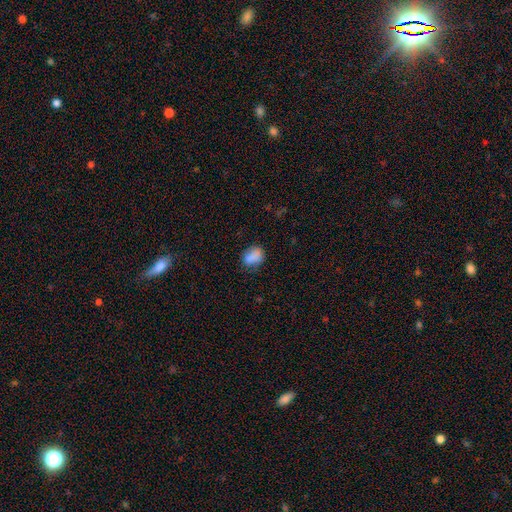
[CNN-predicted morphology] A smooth galaxy with no disk features (82%) that is in between round and cigar-shaped (66%). Merging: none (62%).